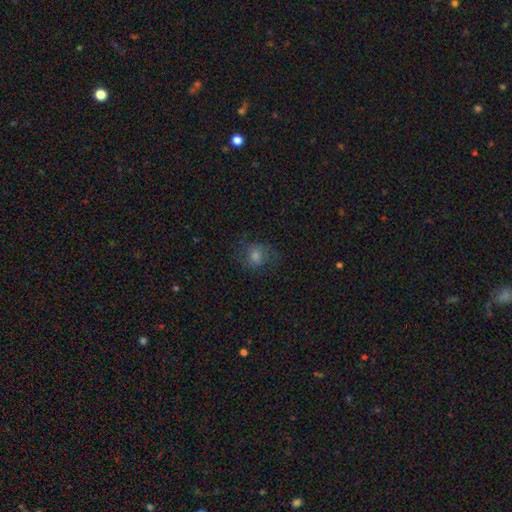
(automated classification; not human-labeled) smooth-or-featured: smooth: 46% | featured or disk: 34% | star or artifact: 20%
  merging: none: 69% | minor disturbance: 17% | major disturbance: 12% | merger: 1%